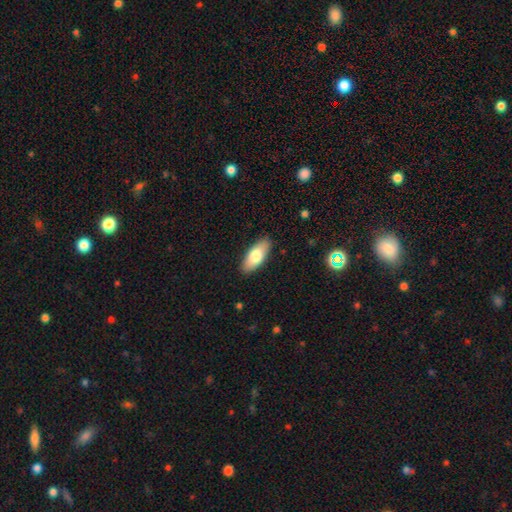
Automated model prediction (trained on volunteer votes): smooth-or-featured: smooth: 74% | featured or disk: 20% | star or artifact: 6%
  how-rounded: in between: 81% | cigar-shaped: 17% | round: 2%
  merging: none: 89% | minor disturbance: 8% | major disturbance: 2% | merger: 1%